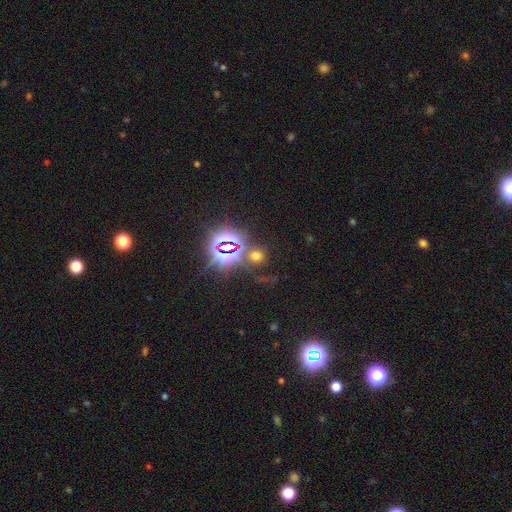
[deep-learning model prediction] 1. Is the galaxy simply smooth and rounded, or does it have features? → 49% star or artifact, 43% smooth, 9% featured or disk.